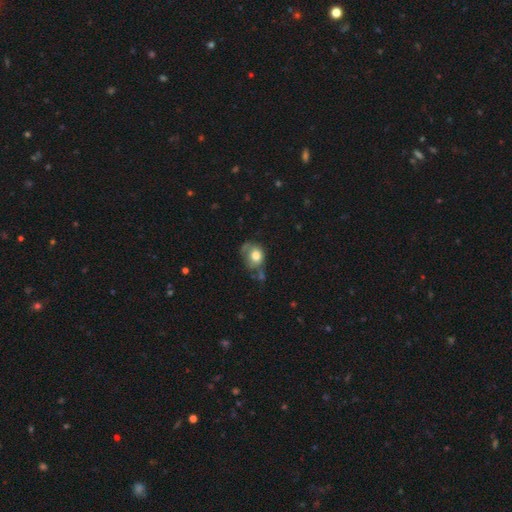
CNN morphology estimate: Overall: smooth (73%). How rounded: round (56%; in between 43%). Merging: none (40%; minor disturbance 31%).